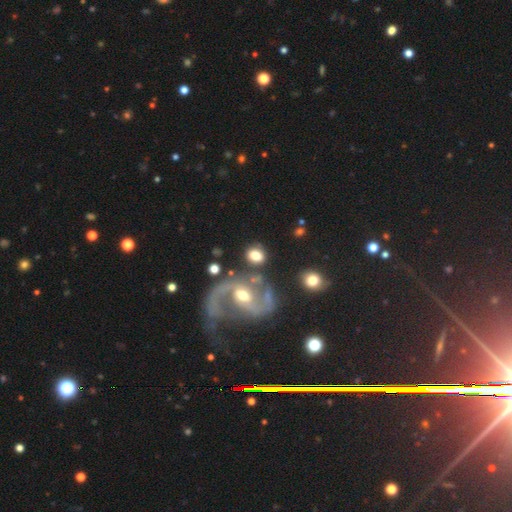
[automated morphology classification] type=smooth (68%); roundness=round (49%, tied with in between); merging=none (67%).